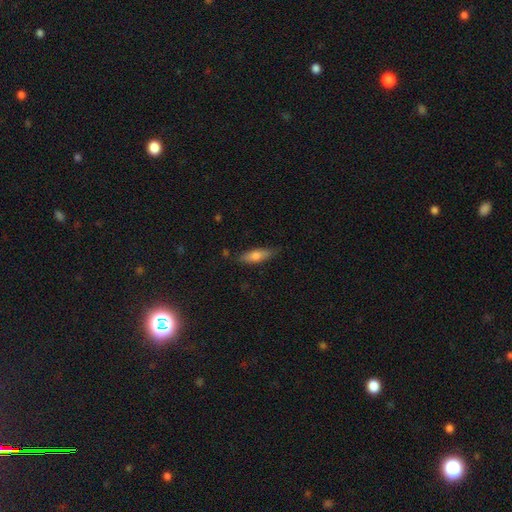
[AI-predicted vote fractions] smooth-or-featured: smooth: 66% | featured or disk: 28% | star or artifact: 6%
  how-rounded: cigar-shaped: 58% | in between: 40% | round: 2%
  merging: none: 81% | minor disturbance: 14% | major disturbance: 3% | merger: 2%